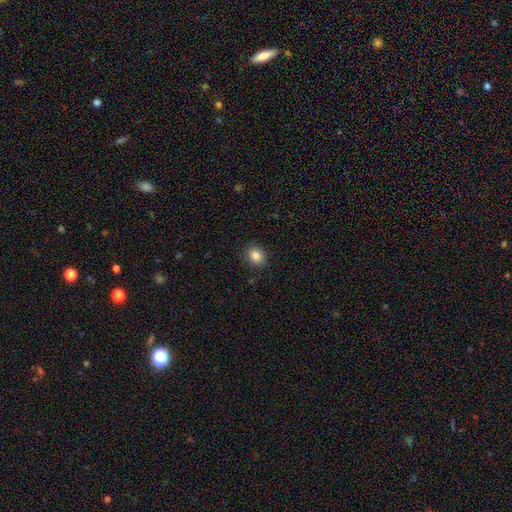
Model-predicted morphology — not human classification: This appears to be a smooth galaxy with no disk features (85%) that is round (64%). Merging: none (88%).